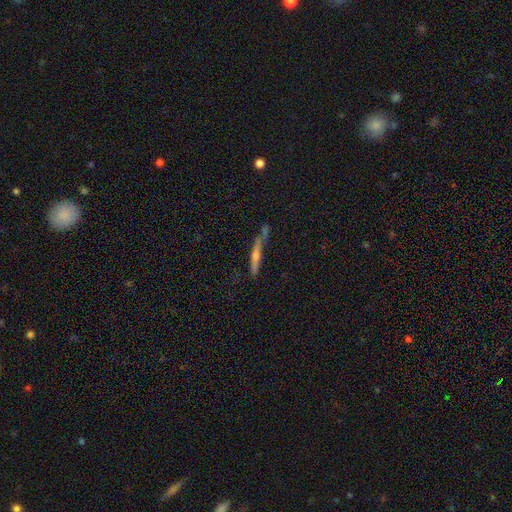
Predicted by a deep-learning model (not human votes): smooth-or-featured: featured or disk: 58% | smooth: 34% | star or artifact: 8%
  disk-edge-on: yes: 94% | no: 6%
    edge-on-bulge: rounded: 67% | none: 23% | boxy: 11%
  merging: none: 62% | minor disturbance: 19% | merger: 12% | major disturbance: 7%